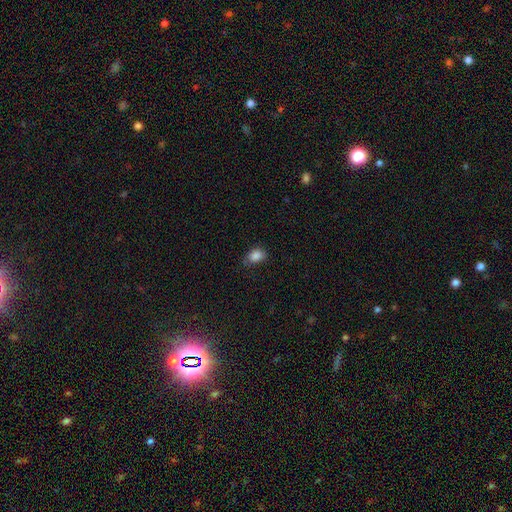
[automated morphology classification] Smooth or featured? Predicted: smooth (p=0.86). How rounded? Predicted: in between (p=0.76). Merging? Predicted: none (p=0.68).